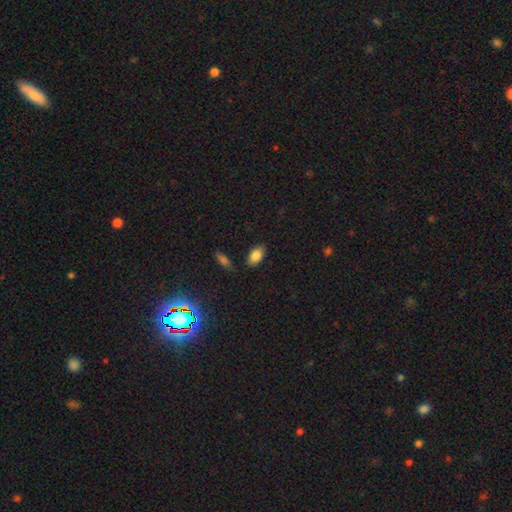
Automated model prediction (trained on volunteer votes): A smooth galaxy with no disk features (83%) that is in between round and cigar-shaped (91%). Merging: none (83%).